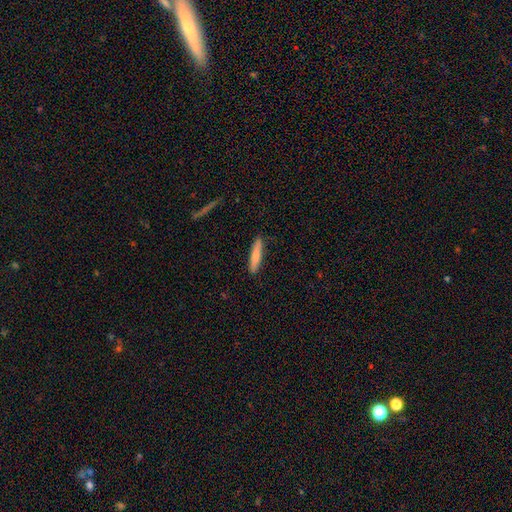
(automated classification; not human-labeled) Smooth or featured: smooth — 78% (featured or disk — 17%)
How rounded: cigar-shaped — 90% (in between — 9%)
Merging: none — 89% (minor disturbance — 8%)